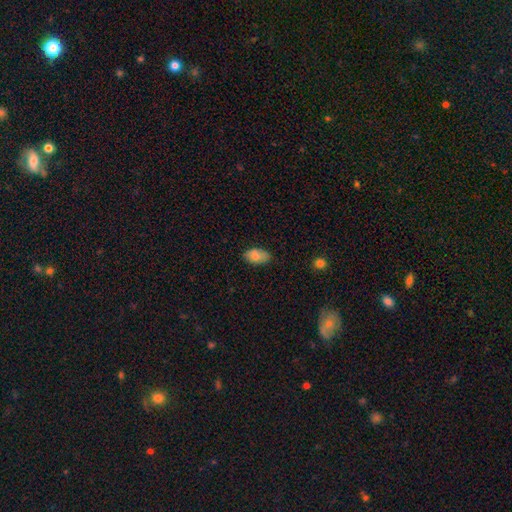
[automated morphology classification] smooth-or-featured: smooth: 82% | featured or disk: 10% | star or artifact: 8%
  how-rounded: in between: 92% | round: 6% | cigar-shaped: 2%
  merging: none: 74% | minor disturbance: 20% | major disturbance: 4% | merger: 2%